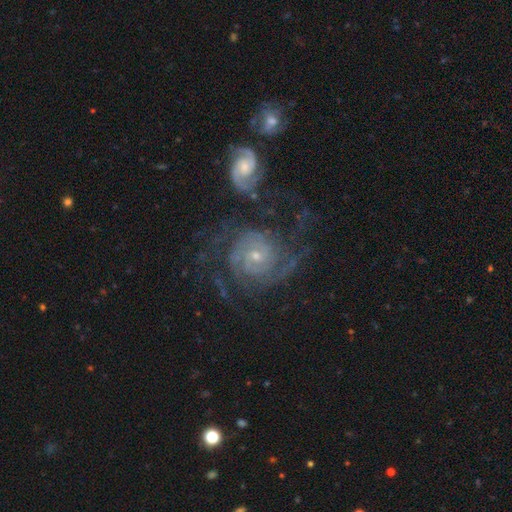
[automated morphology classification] This is clearly a featured or disk galaxy (88%). It is clearly not viewed edge-on (97%). Bar: likely no (62%). Spiral arm pattern: clearly yes (97%). Spiral arm count: marginally 2 (41%). Spiral winding: likely tight (66%). Central bulge: likely small (66%). Merging: possibly none (53%).